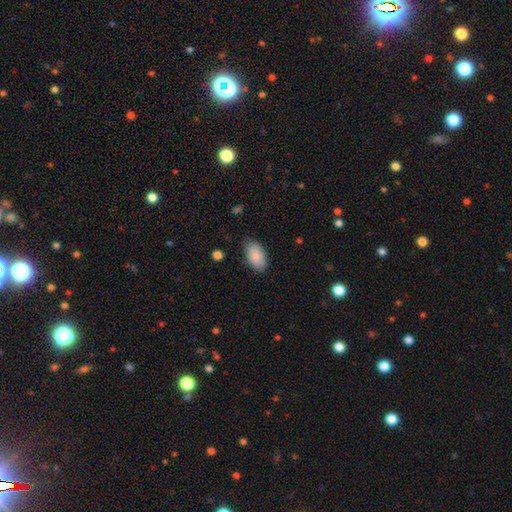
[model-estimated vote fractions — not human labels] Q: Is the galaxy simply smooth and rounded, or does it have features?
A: smooth — 88%.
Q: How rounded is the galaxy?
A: in between — 95%.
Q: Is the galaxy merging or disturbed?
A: none — 81%.